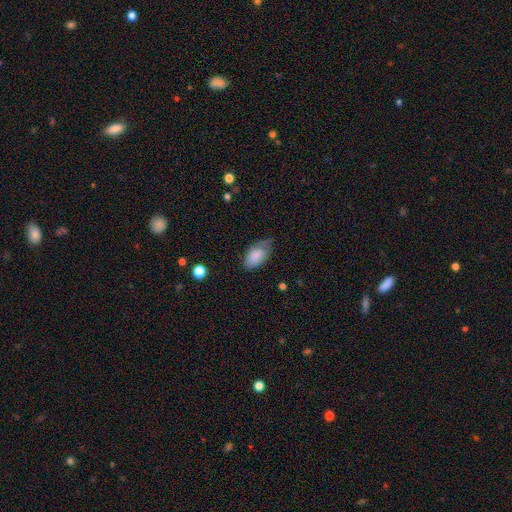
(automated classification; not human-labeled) A smooth galaxy with no disk features (81%) that is in between round and cigar-shaped (94%). Merging: none (52%).